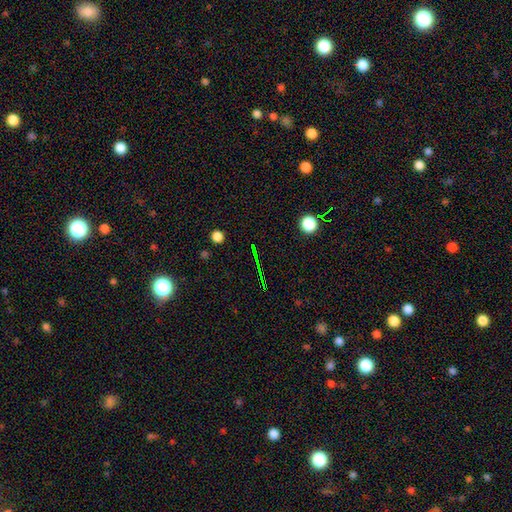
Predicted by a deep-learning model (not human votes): smooth_or_featured: star or artifact (p=0.69) [alt: smooth p=0.19]